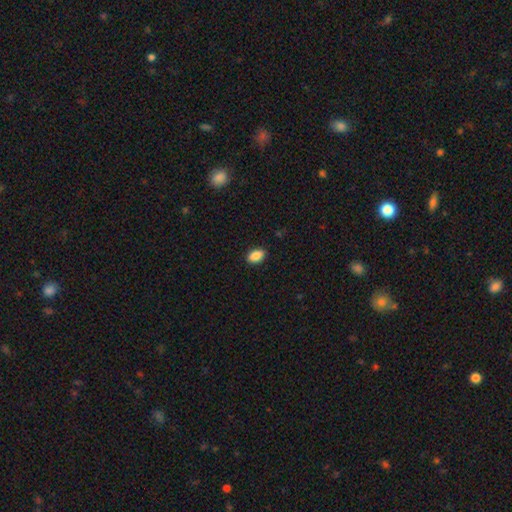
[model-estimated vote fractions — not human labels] smooth 88%, star or artifact 8%, featured or disk 4%. Down the decision tree: how rounded — in between (90%); merging — none (89%).